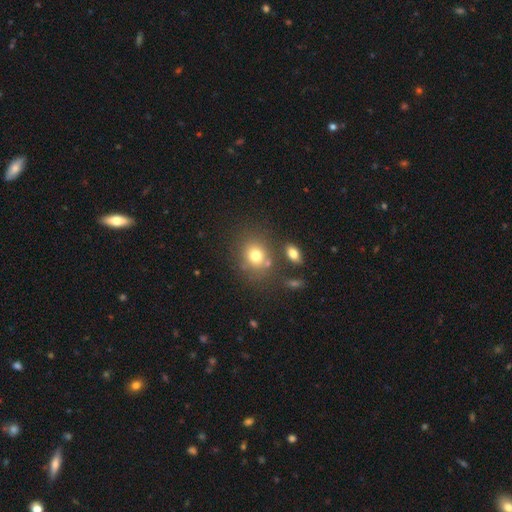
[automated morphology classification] This appears to be a smooth galaxy with no disk features (75%) that is round (65%). Merging: none (69%).